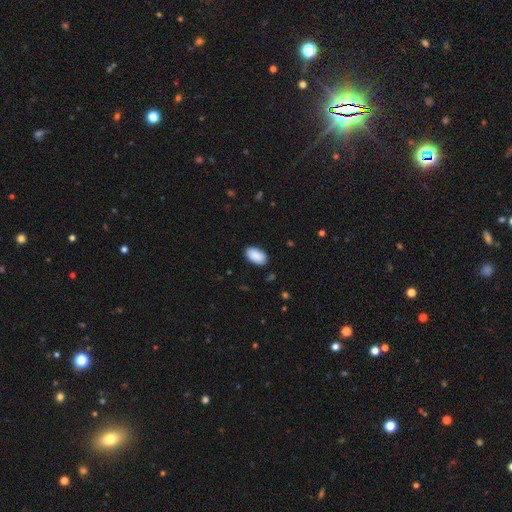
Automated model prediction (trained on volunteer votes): Smooth or featured? Predicted: smooth (p=0.91). How rounded? Predicted: in between (p=0.95). Merging? Predicted: none (p=0.87).